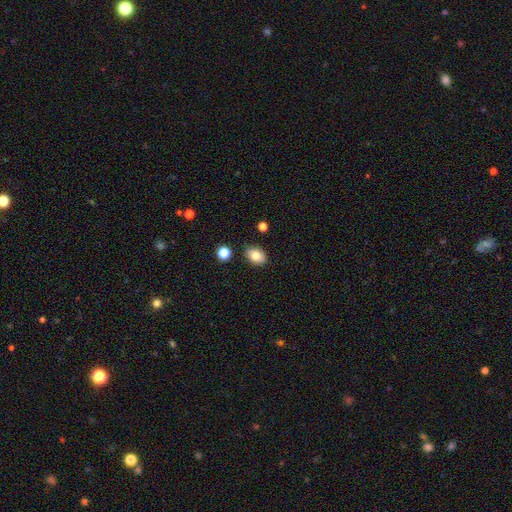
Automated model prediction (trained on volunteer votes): A smooth galaxy with no disk features (80%) that is in between round and cigar-shaped (75%). Merging: none (84%).